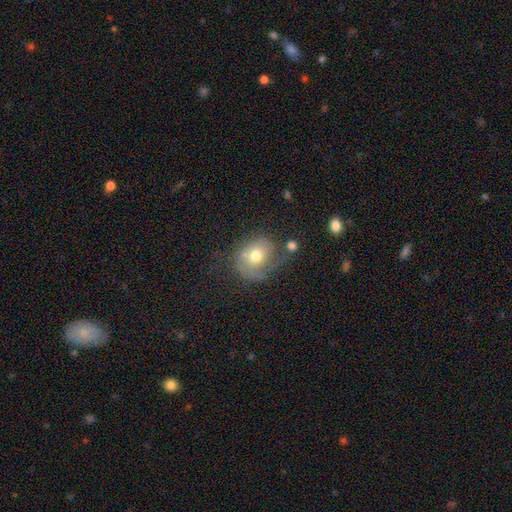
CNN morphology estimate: Smooth or featured?
  - smooth: 58% *
  - featured or disk: 32%
  - star or artifact: 10%
How rounded?
  - round: 60% *
  - in between: 39%
  - cigar-shaped: 1%
Merging?
  - none: 40% *
  - minor disturbance: 26%
  - major disturbance: 22%
  - merger: 12%